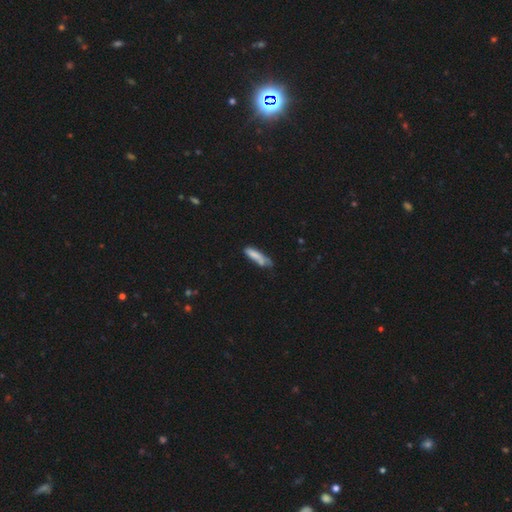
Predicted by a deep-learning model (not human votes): Overall: smooth (75%). How rounded: cigar-shaped (72%). Merging: none (47%; minor disturbance 32%).